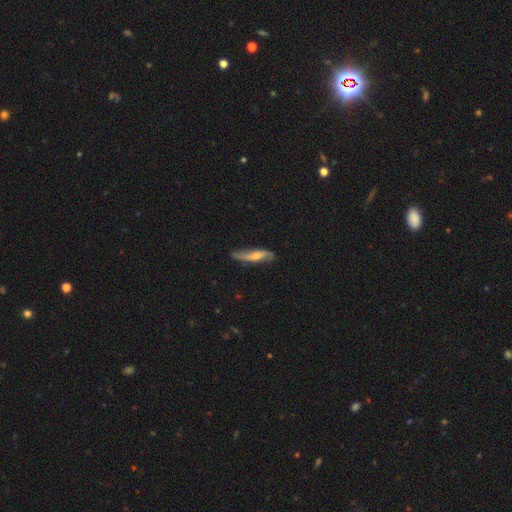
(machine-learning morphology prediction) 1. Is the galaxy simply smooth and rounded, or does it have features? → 56% featured or disk, 38% smooth, 6% star or artifact.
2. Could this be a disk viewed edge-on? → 54% no, 46% yes.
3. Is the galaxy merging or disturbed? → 62% none, 27% minor disturbance, 8% major disturbance, 3% merger.